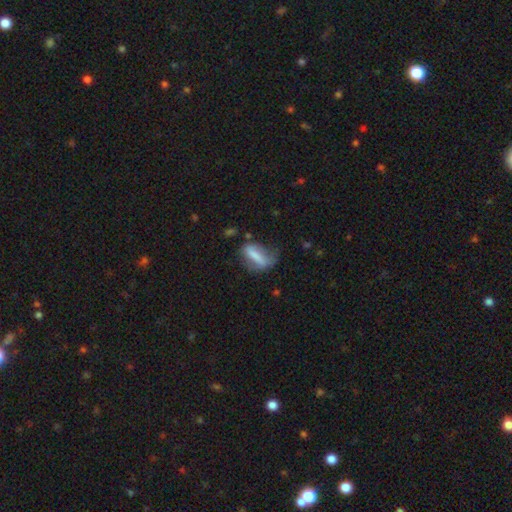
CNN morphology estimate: A smooth galaxy with no disk features (63%) that is in between round and cigar-shaped (61%).

Vote fractions:
- Smooth or featured? smooth: 63% / featured or disk: 28% / star or artifact: 9%
- How rounded? in between: 61% / cigar-shaped: 33% / round: 6%
- Merging? none: 40% / minor disturbance: 31% / major disturbance: 25% / merger: 5%